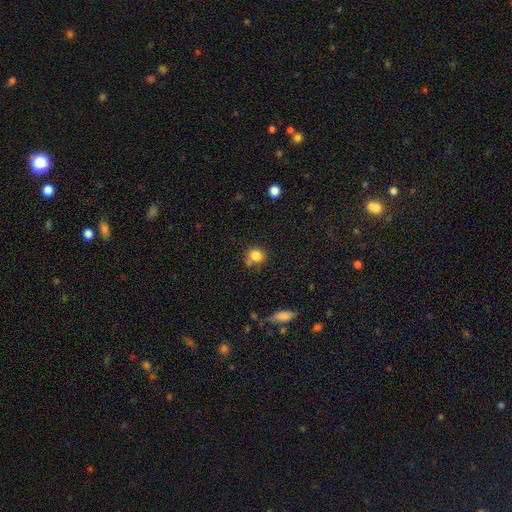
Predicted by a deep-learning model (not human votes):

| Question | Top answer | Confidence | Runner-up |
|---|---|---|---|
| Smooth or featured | smooth | 82% | star or artifact (11%) |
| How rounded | round | 73% | in between (26%) |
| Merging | none | 57% | minor disturbance (19%) |